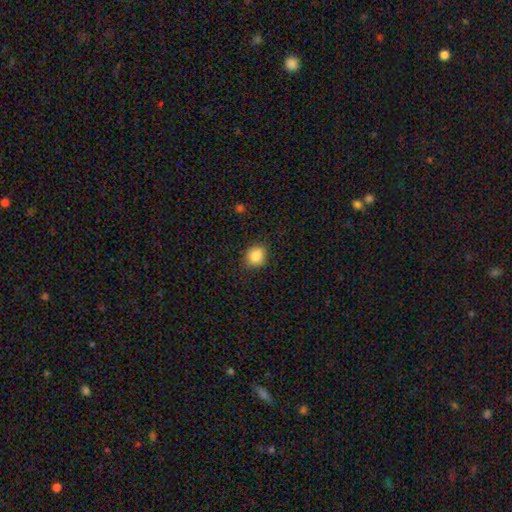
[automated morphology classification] Q: Smooth or featured?
A: smooth (87%); runner-up: star or artifact (9%)
Q: How rounded?
A: round (74%); runner-up: in between (26%)
Q: Merging?
A: none (86%); runner-up: minor disturbance (10%)